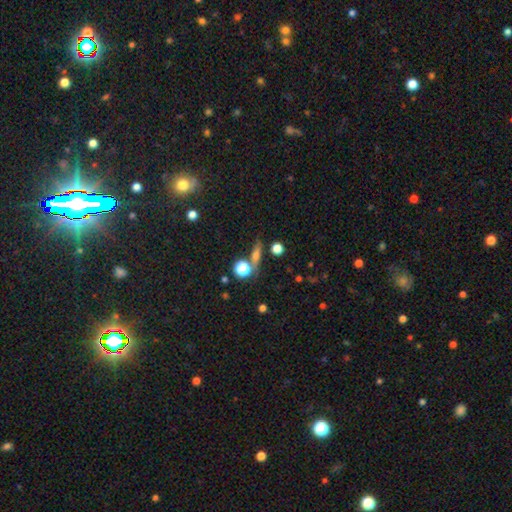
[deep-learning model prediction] The model was most divided on "smooth or featured": smooth: 49%, featured or disk: 29%, star or artifact: 22%. More confident: merging — none (72%).